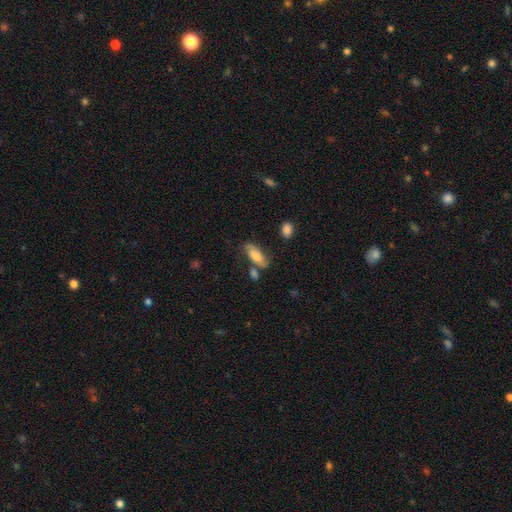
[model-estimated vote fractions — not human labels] A smooth galaxy with no disk features (65%) that is in between round and cigar-shaped (78%). Merging: none (59%).